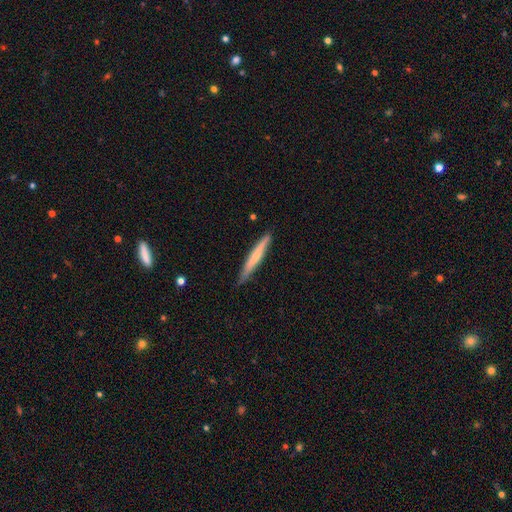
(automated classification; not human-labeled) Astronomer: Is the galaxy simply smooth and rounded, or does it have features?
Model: smooth — 52% (runner-up: featured or disk, 43%).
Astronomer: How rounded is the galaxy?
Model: cigar-shaped — 95%.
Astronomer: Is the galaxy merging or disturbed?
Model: none — 86%.